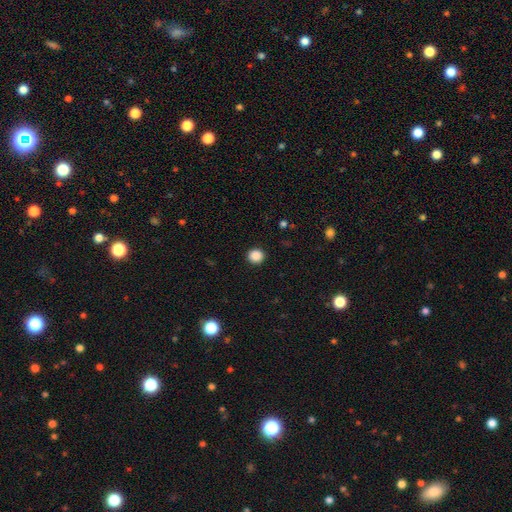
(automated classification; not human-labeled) Smooth or featured: smooth — 88% (star or artifact — 10%)
How rounded: round — 91% (in between — 8%)
Merging: none — 93% (minor disturbance — 5%)